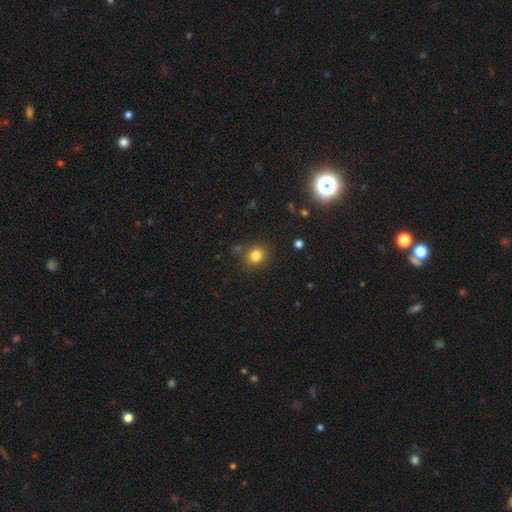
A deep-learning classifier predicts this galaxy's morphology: This appears to be a smooth galaxy with no disk features (80%) that is round (70%). Merging: none (81%).